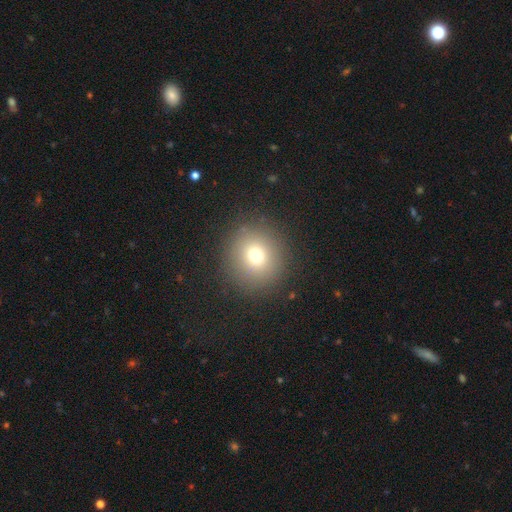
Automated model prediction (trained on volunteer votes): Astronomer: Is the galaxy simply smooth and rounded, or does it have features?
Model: smooth — 72%.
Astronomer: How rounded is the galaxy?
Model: round — 92%.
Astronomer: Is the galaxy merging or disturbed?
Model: none — 89%.